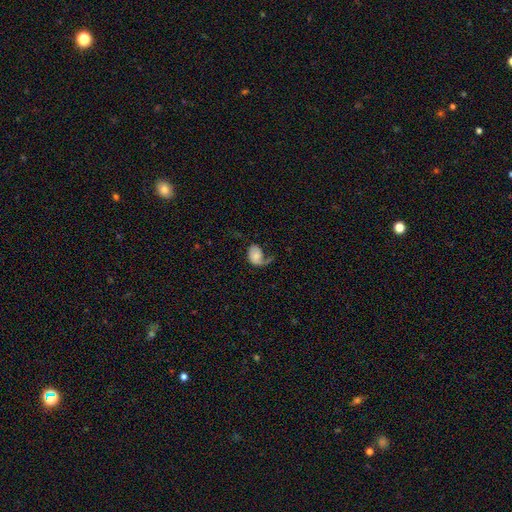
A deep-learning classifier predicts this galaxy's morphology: smooth-or-featured: featured or disk: 56% | smooth: 36% | star or artifact: 8%
  disk-edge-on: no: 97% | yes: 3%
    bar: no: 74% | weak: 21% | strong: 5%
    has-spiral-arms: yes: 86% | no: 14%
    bulge-size: small: 46% | moderate: 29% | none: 15% | large: 7% | dominant: 3%
  merging: major disturbance: 43% | none: 32% | minor disturbance: 21% | merger: 4%